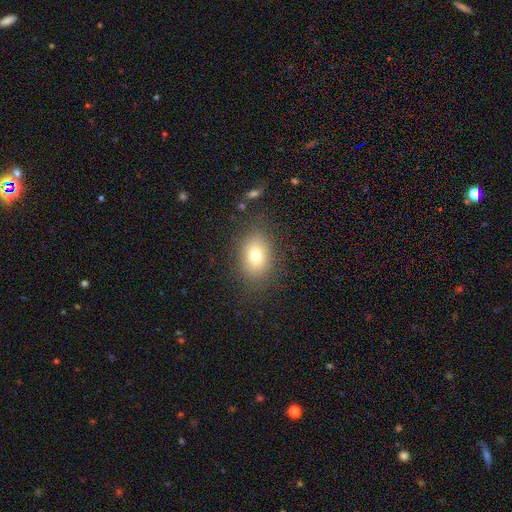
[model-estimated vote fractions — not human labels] Overall: smooth (75%). How rounded: in between (73%). Merging: none (82%).